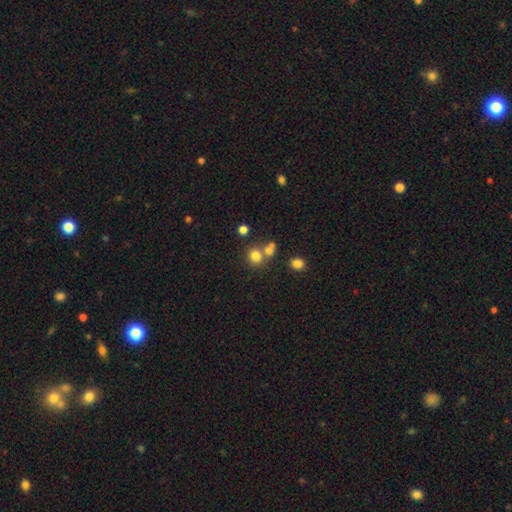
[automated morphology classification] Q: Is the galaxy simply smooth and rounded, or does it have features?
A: smooth — 77%.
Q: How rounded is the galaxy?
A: round — 85%.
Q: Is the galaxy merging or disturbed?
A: none — 59%.